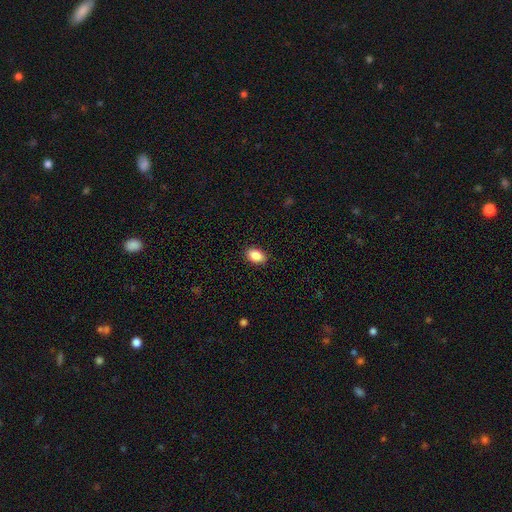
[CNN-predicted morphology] This is clearly a smooth galaxy (88%). How rounded: clearly in between (87%). Merging: clearly none (89%).